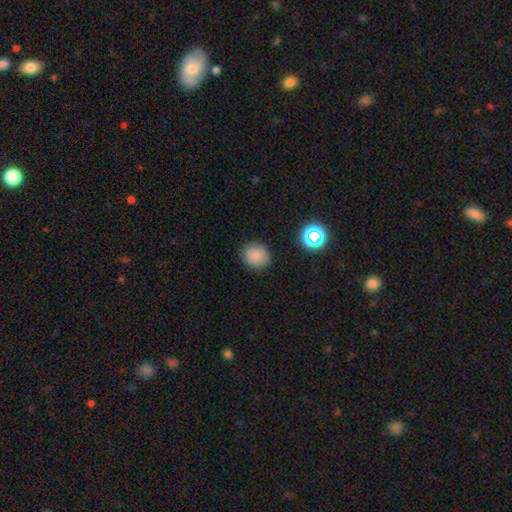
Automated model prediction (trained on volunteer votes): A smooth galaxy with no disk features (83%) that is round (82%). Merging: none (88%).